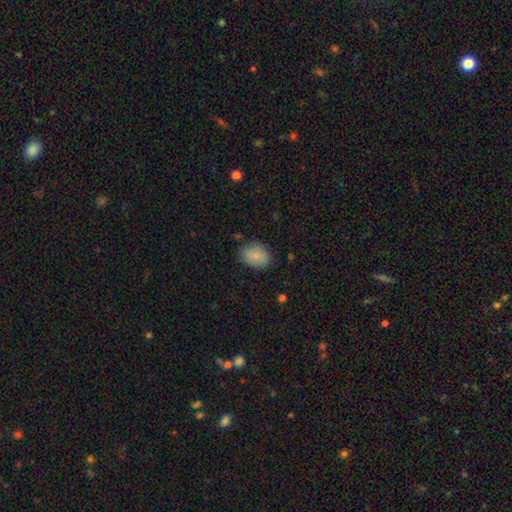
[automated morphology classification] A smooth galaxy with no disk features (85%) that is in between round and cigar-shaped (63%).

Vote fractions:
- Smooth or featured? smooth: 85% / star or artifact: 8% / featured or disk: 8%
- How rounded? in between: 63% / round: 36% / cigar-shaped: 1%
- Merging? none: 81% / minor disturbance: 14% / major disturbance: 3% / merger: 1%